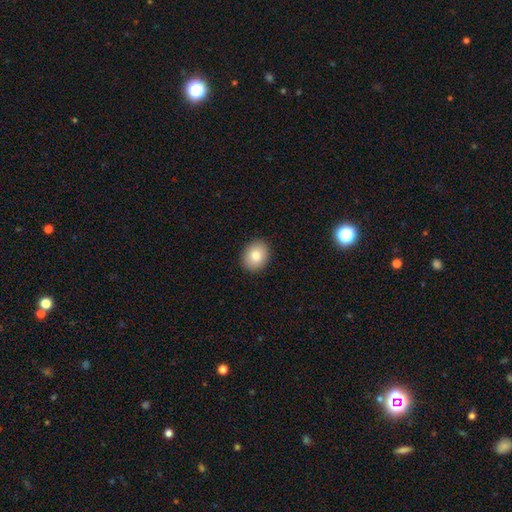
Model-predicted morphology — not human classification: smooth-or-featured: smooth: 81% | featured or disk: 11% | star or artifact: 9%
  how-rounded: round: 58% | in between: 42% | cigar-shaped: 1%
  merging: none: 91% | minor disturbance: 6% | major disturbance: 2% | merger: 1%